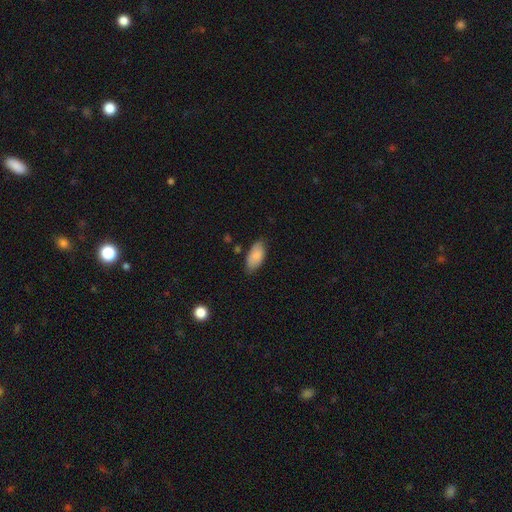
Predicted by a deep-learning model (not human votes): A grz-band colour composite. It shows a smooth galaxy with no disk features (85%) that is in between round and cigar-shaped (92%). Merging: none (76%).